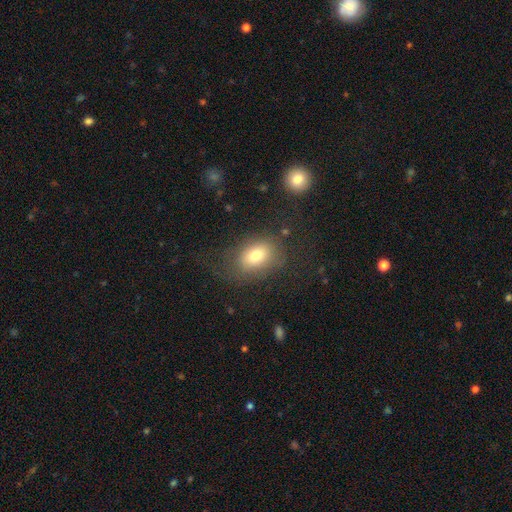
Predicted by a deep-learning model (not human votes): This is likely a smooth galaxy (76%). How rounded: likely in between (75%). Merging: likely none (66%).